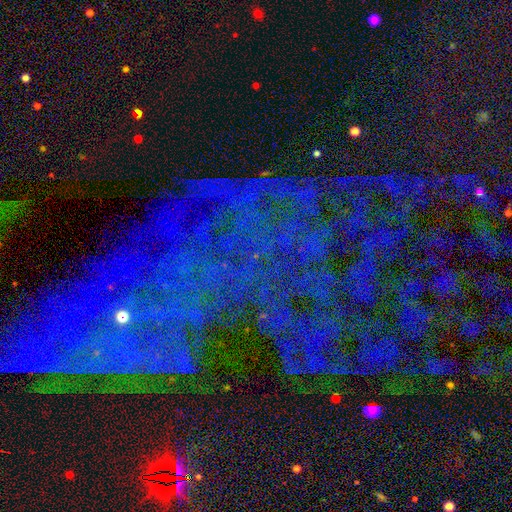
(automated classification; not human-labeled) A star or artifact, not a galaxy (80%).